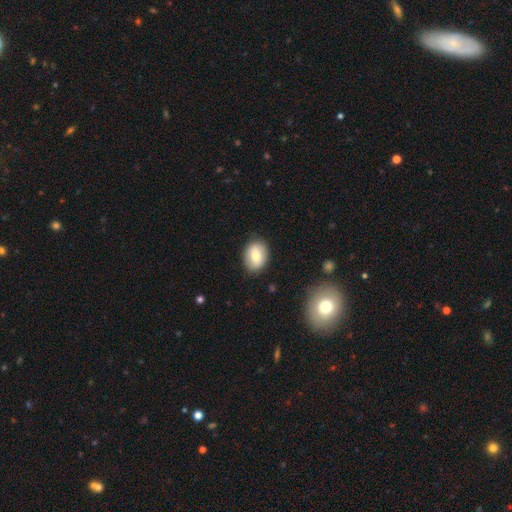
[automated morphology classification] The model was most divided on "how rounded": in between: 68%, round: 31%, cigar-shaped: 1%. More confident: merging — none (85%); smooth or featured — smooth (74%).